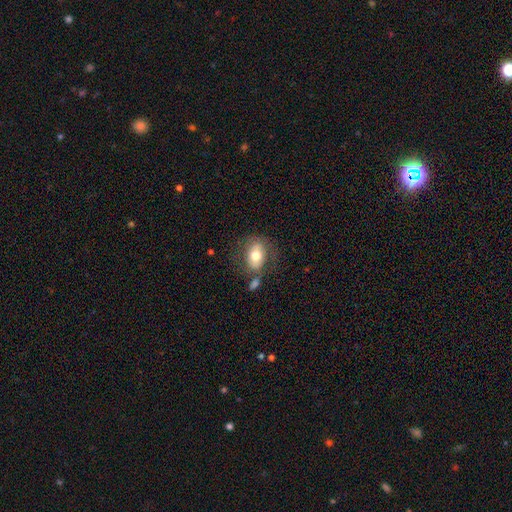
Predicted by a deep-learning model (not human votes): Smooth or featured? smooth (67%)
How rounded? in between (79%)
Merging? none (56%)